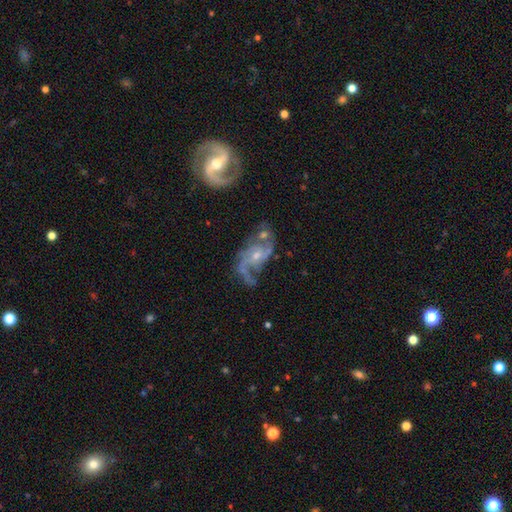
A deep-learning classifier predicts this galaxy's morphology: Q: Smooth or featured?
A: featured or disk (87%); runner-up: star or artifact (7%)
Q: Edge-on disk?
A: no (96%); runner-up: yes (4%)
Q: Bar?
A: no (61%); runner-up: weak (31%)
Q: Spiral arms?
A: yes (95%); runner-up: no (5%)
Q: Spiral winding?
A: loose (45%); runner-up: medium (42%)
Q: Spiral arm count?
A: 2 (72%); runner-up: 3 (11%)
Q: Bulge size?
A: small (62%); runner-up: moderate (33%)
Q: Merging?
A: none (48%); runner-up: minor disturbance (21%)